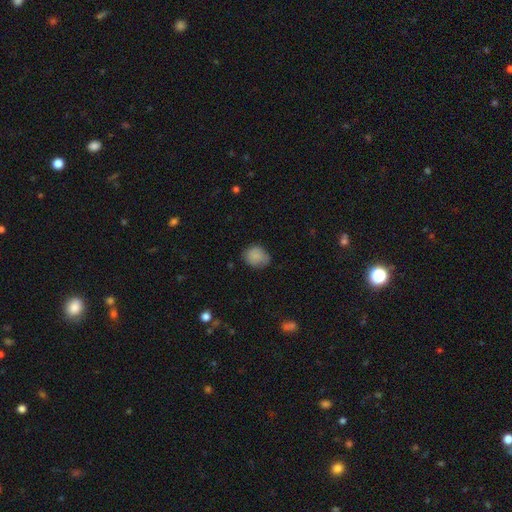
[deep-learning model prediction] A smooth galaxy with no disk features (81%) that is round (59%).

Vote fractions:
- Smooth or featured? smooth: 81% / featured or disk: 11% / star or artifact: 8%
- How rounded? round: 59% / in between: 40% / cigar-shaped: 1%
- Merging? none: 70% / minor disturbance: 23% / major disturbance: 5% / merger: 1%